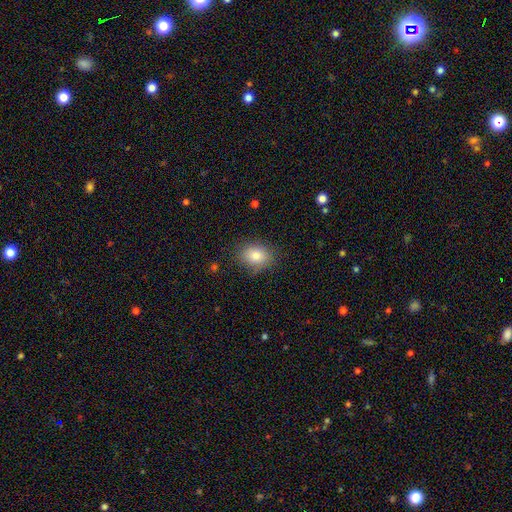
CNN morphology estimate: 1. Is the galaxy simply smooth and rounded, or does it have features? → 82% smooth, 9% star or artifact, 8% featured or disk.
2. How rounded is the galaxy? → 63% in between, 36% round, 1% cigar-shaped.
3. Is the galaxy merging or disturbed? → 80% none, 15% minor disturbance, 4% major disturbance, 1% merger.